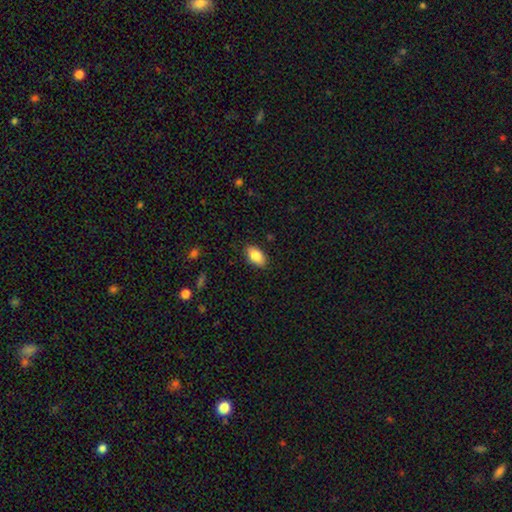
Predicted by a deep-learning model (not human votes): The model was most divided on "merging": none: 87%, minor disturbance: 10%, major disturbance: 2%, merger: 1%. More confident: how rounded — in between (93%); smooth or featured — smooth (85%).